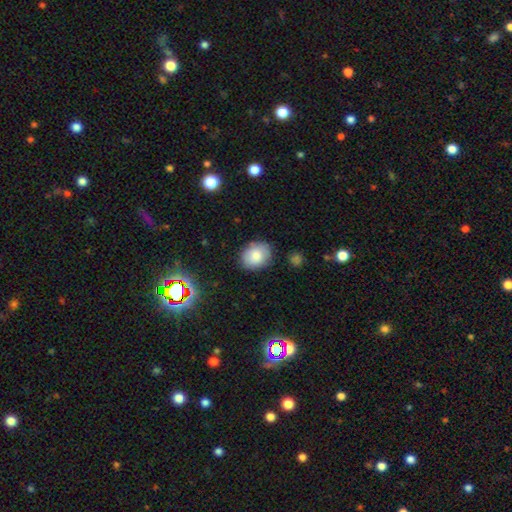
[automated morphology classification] smooth 82%, featured or disk 10%, star or artifact 9%. Down the decision tree: how rounded — round (53%); merging — none (81%).